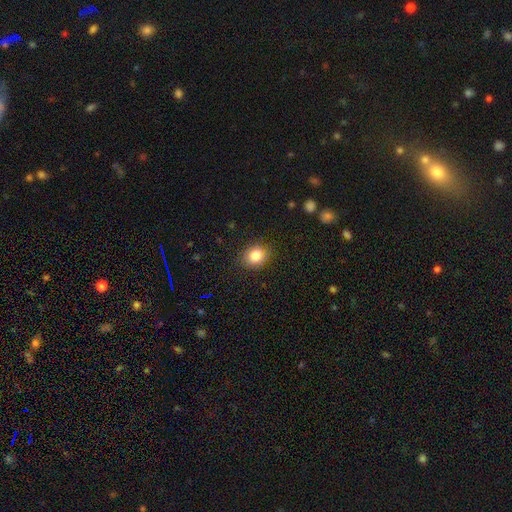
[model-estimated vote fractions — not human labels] Smooth or featured? smooth (83%)
How rounded? round (54%)
Merging? none (84%)